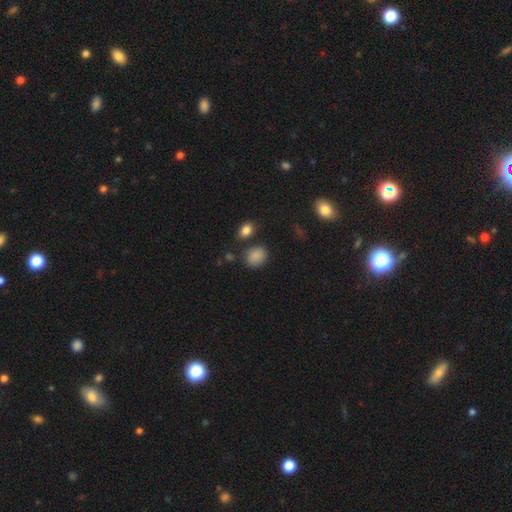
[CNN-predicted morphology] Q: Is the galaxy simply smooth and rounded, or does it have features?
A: smooth — 85%.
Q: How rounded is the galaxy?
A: in between — 52%.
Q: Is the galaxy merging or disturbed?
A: none — 75%.